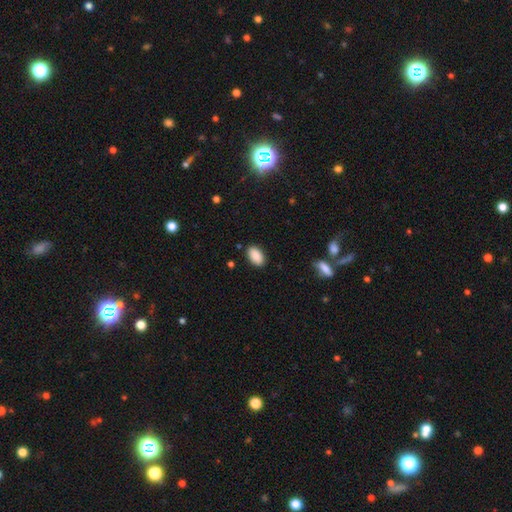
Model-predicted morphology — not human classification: type=smooth (90%); roundness=in between (93%); merging=none (87%).